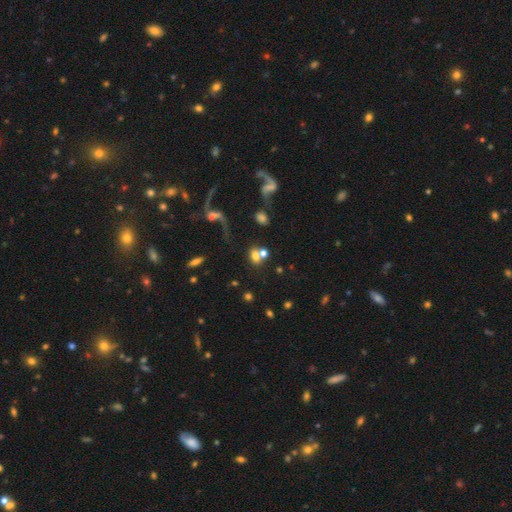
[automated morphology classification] This is likely a smooth galaxy (61%). How rounded: possibly in between (51%). Merging: marginally merger (43%).